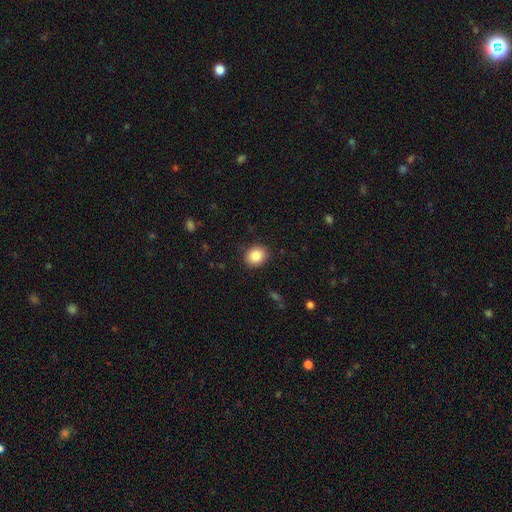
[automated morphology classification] Q: Smooth or featured?
A: smooth (87%); runner-up: star or artifact (9%)
Q: How rounded?
A: round (66%); runner-up: in between (33%)
Q: Merging?
A: none (88%); runner-up: minor disturbance (8%)